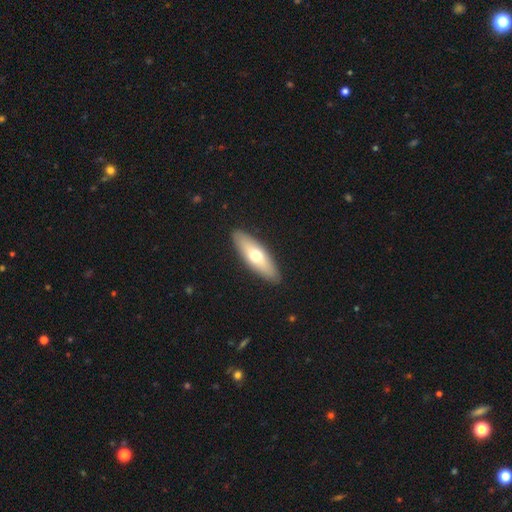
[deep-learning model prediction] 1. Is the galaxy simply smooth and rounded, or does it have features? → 60% smooth, 35% featured or disk, 5% star or artifact.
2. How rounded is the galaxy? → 54% in between, 44% cigar-shaped, 3% round.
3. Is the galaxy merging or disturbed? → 90% none, 8% minor disturbance, 2% major disturbance, 1% merger.